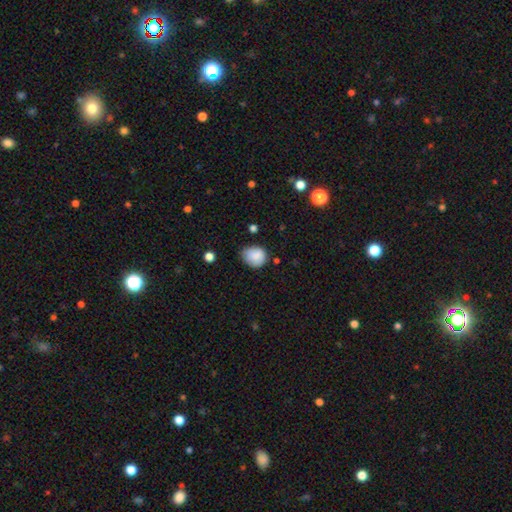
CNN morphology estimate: The model was most divided on "merging": none: 60%, minor disturbance: 32%, major disturbance: 6%, merger: 2%. More confident: smooth or featured — smooth (85%); how rounded — round (67%).